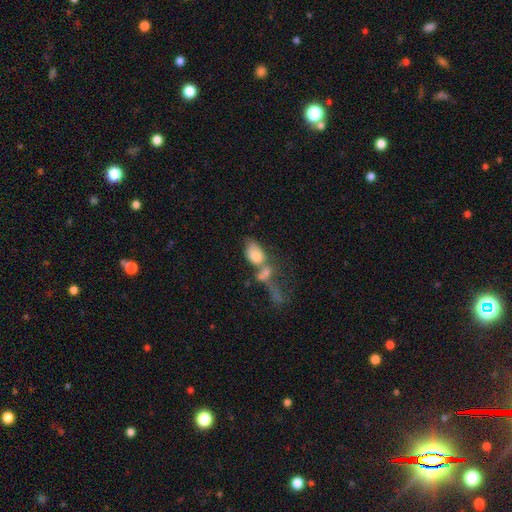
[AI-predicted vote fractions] smooth_or_featured: smooth (p=0.71) [alt: featured or disk p=0.20]
how_rounded: in between (p=0.87) [alt: round p=0.09]
merging: merger (p=0.60) [alt: major disturbance p=0.16]